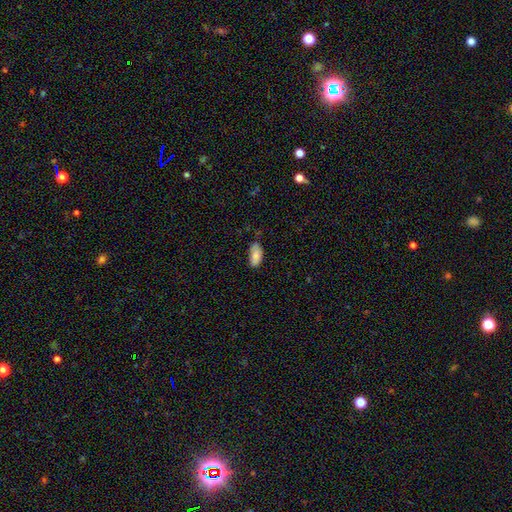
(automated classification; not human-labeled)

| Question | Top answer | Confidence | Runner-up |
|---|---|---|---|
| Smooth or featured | smooth | 85% | featured or disk (8%) |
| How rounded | in between | 91% | cigar-shaped (7%) |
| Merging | none | 62% | minor disturbance (30%) |